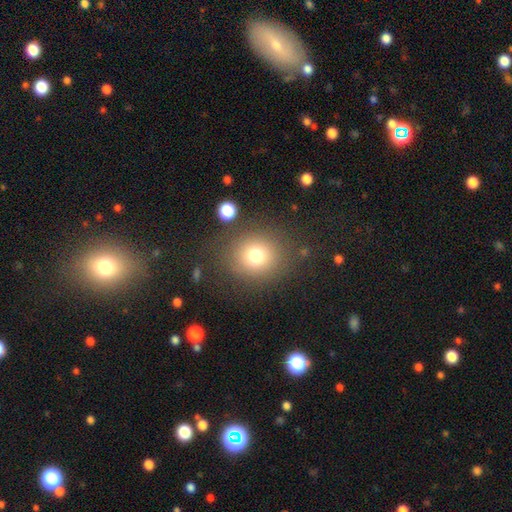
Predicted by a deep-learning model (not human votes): smooth-or-featured: smooth: 74% | star or artifact: 15% | featured or disk: 11%
  how-rounded: round: 84% | in between: 15% | cigar-shaped: 1%
  merging: none: 80% | minor disturbance: 10% | major disturbance: 6% | merger: 4%